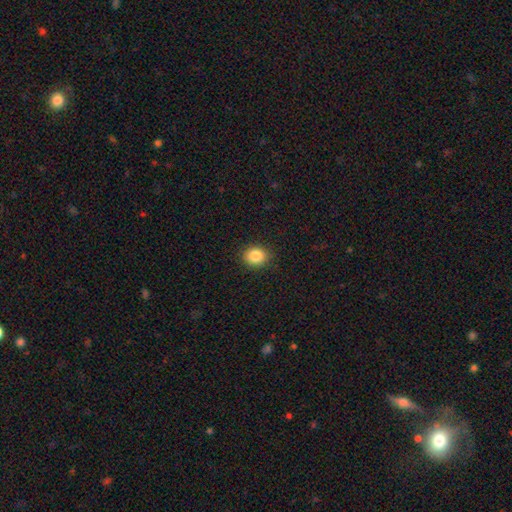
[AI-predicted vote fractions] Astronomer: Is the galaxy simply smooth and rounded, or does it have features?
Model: smooth — 86%.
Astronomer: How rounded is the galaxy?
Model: round — 65%.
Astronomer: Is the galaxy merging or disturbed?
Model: none — 89%.